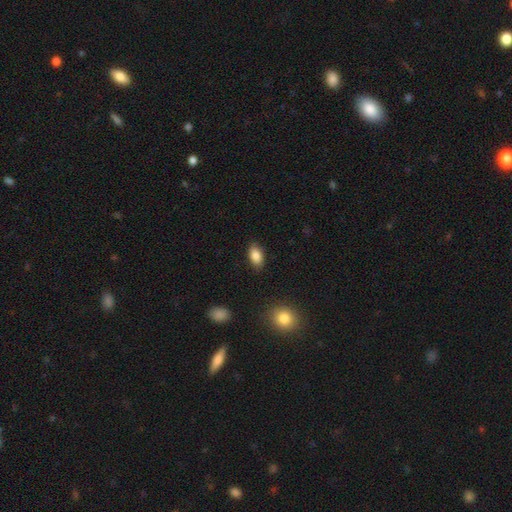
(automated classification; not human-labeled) Smooth or featured: smooth — 86% (star or artifact — 8%)
How rounded: in between — 90% (round — 6%)
Merging: none — 87% (minor disturbance — 10%)